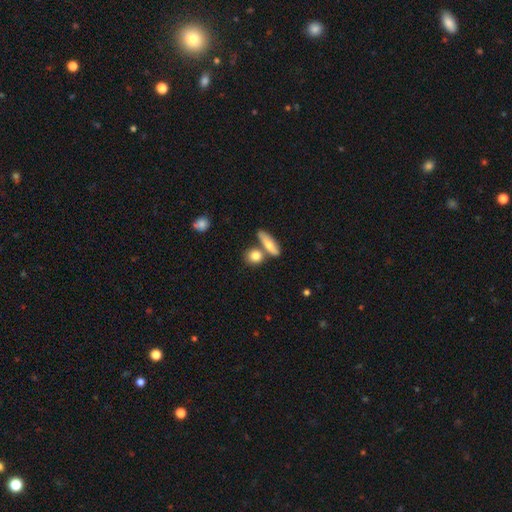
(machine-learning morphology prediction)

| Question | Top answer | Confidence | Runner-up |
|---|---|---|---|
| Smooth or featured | smooth | 78% | featured or disk (14%) |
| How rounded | round | 57% | in between (31%) |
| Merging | none | 60% | merger (27%) |